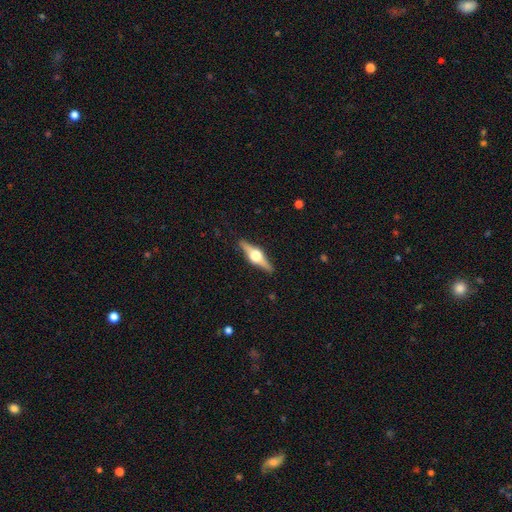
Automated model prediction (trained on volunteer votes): This is likely a featured or disk galaxy (80%). It is clearly viewed edge-on (97%). Edge-on bulge: clearly rounded (95%). Merging: clearly none (90%).